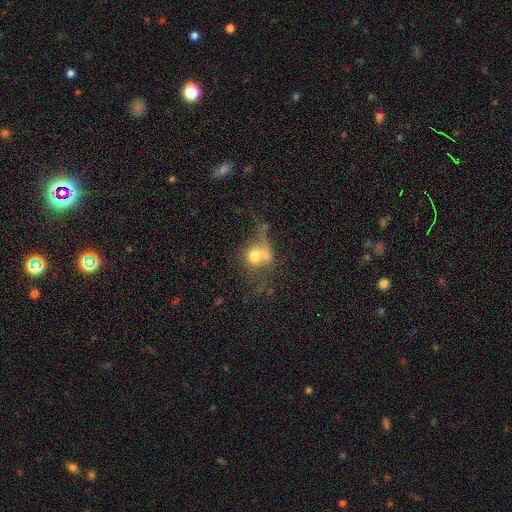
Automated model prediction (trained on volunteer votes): smooth-or-featured: smooth: 63% | featured or disk: 25% | star or artifact: 12%
  how-rounded: round: 68% | in between: 30% | cigar-shaped: 2%
  merging: merger: 53% | none: 21% | major disturbance: 16% | minor disturbance: 11%